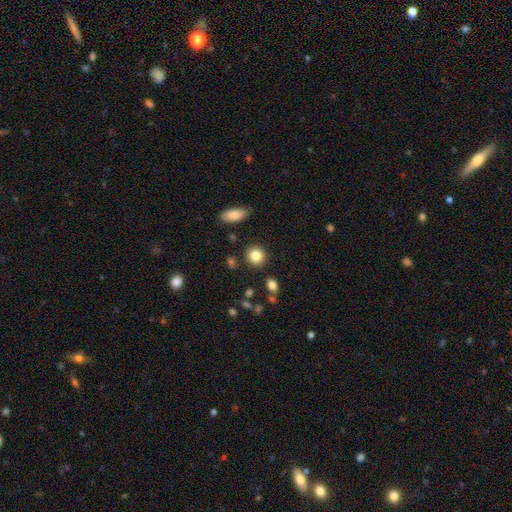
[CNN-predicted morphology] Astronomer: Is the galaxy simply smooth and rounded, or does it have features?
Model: smooth — 84%.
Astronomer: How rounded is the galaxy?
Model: round — 84%.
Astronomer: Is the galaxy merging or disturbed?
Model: none — 88%.